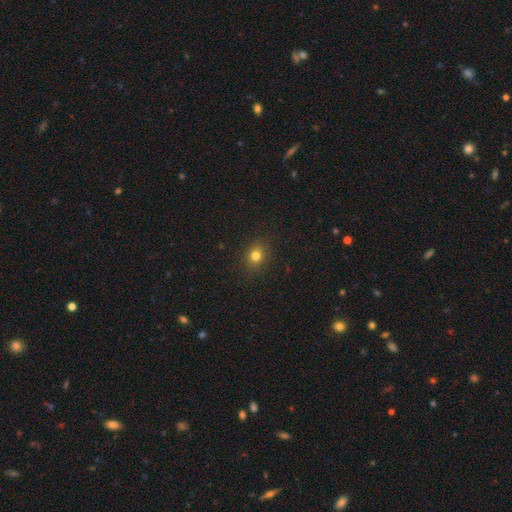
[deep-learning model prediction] This is likely a smooth galaxy (79%). How rounded: likely round (61%). Merging: clearly none (88%).